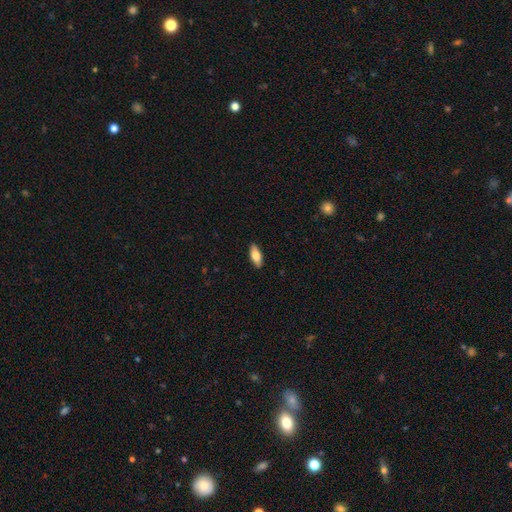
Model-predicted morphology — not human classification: smooth_or_featured: smooth (p=0.79) [alt: featured or disk p=0.15]
how_rounded: in between (p=0.77) [alt: cigar-shaped p=0.21]
merging: none (p=0.90) [alt: minor disturbance p=0.08]